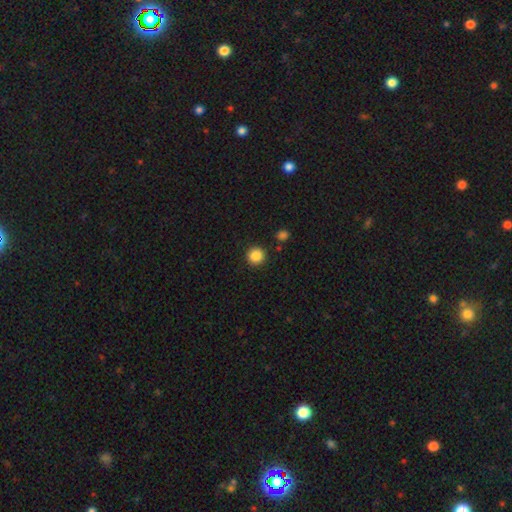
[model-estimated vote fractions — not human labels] Smooth or featured? smooth (87%)
How rounded? round (95%)
Merging? none (91%)